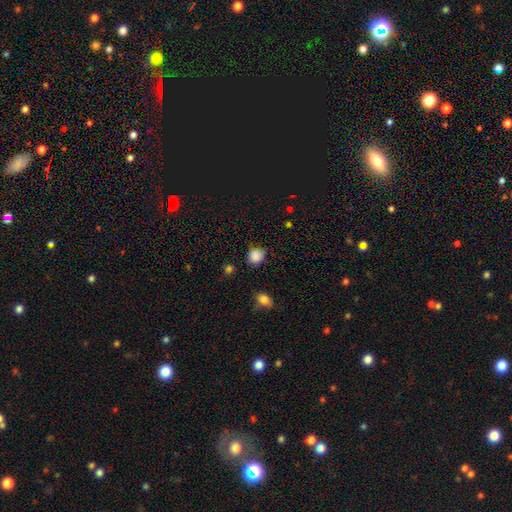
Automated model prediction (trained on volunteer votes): This is clearly a smooth galaxy (85%). How rounded: likely round (76%). Merging: likely none (69%).